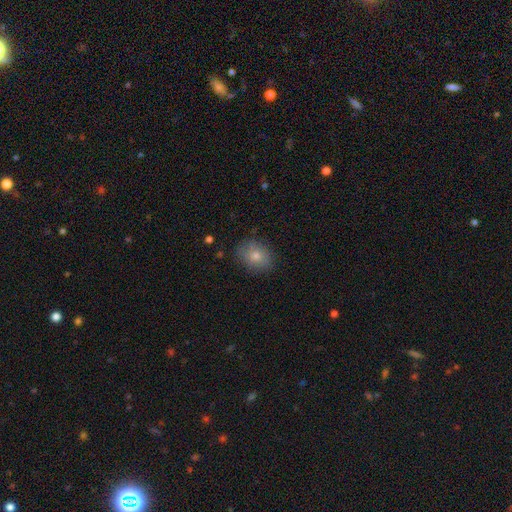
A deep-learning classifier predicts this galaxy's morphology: This appears to be a smooth galaxy with no disk features (76%) that is in between round and cigar-shaped (56%). Merging: none (83%).